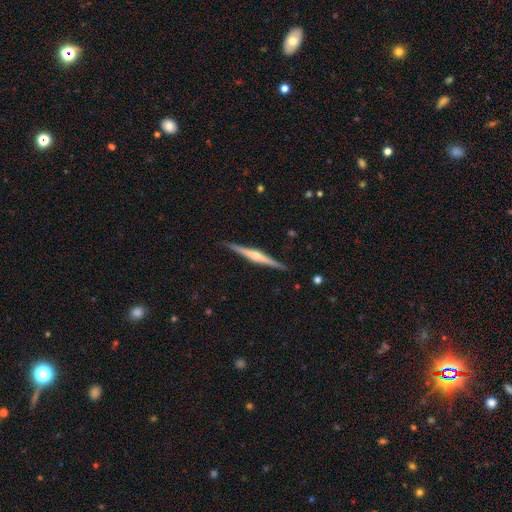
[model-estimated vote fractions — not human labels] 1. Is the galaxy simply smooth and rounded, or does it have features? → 78% featured or disk, 17% smooth, 5% star or artifact.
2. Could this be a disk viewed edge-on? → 98% yes, 2% no.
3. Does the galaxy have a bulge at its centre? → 72% rounded, 15% boxy, 13% none.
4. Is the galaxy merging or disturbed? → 91% none, 7% minor disturbance, 1% major disturbance, 1% merger.